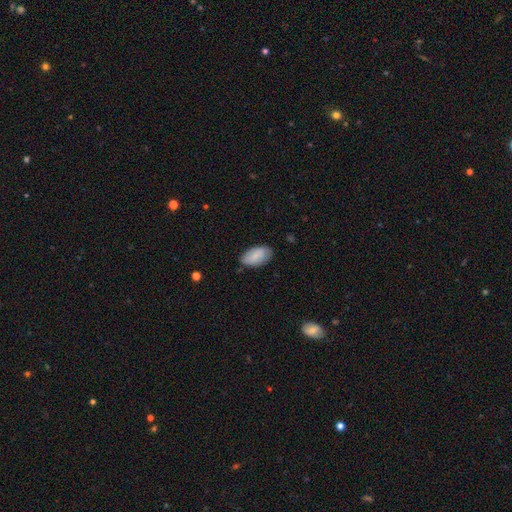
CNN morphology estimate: Smooth or featured? Predicted: smooth (p=0.80). How rounded? Predicted: in between (p=0.94). Merging? Predicted: none (p=0.78).